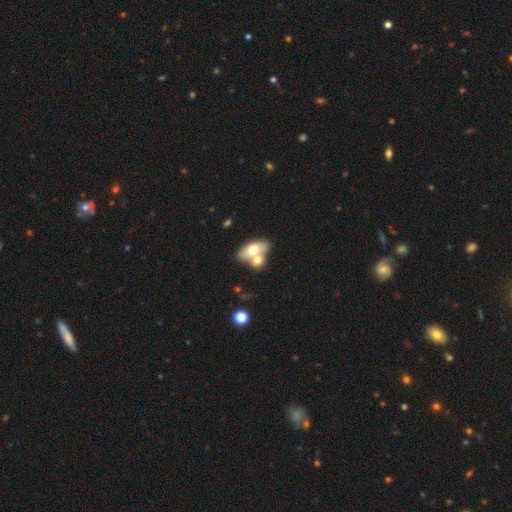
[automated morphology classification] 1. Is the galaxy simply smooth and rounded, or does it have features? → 63% smooth, 30% featured or disk, 7% star or artifact.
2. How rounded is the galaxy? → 85% in between, 11% round, 4% cigar-shaped.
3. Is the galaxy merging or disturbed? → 58% merger, 30% none, 8% minor disturbance, 4% major disturbance.